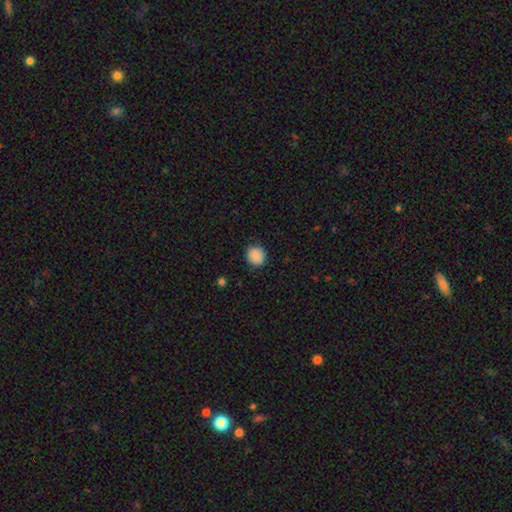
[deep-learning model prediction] smooth-or-featured: smooth: 87% | star or artifact: 8% | featured or disk: 4%
  how-rounded: round: 87% | in between: 12% | cigar-shaped: 1%
  merging: none: 89% | minor disturbance: 8% | major disturbance: 2% | merger: 1%